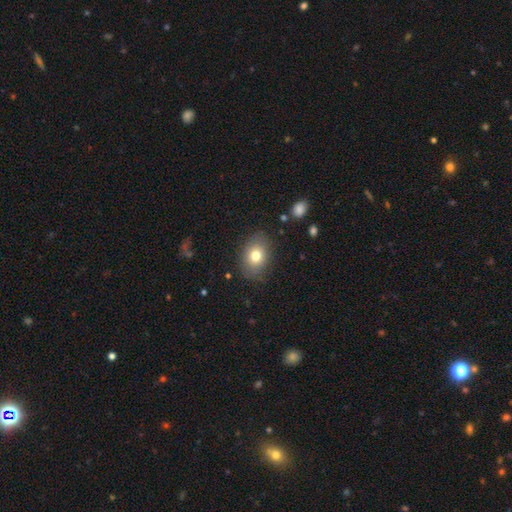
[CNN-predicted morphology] Smooth or featured: smooth — 76% (featured or disk — 14%)
How rounded: in between — 67% (round — 32%)
Merging: none — 83% (minor disturbance — 12%)